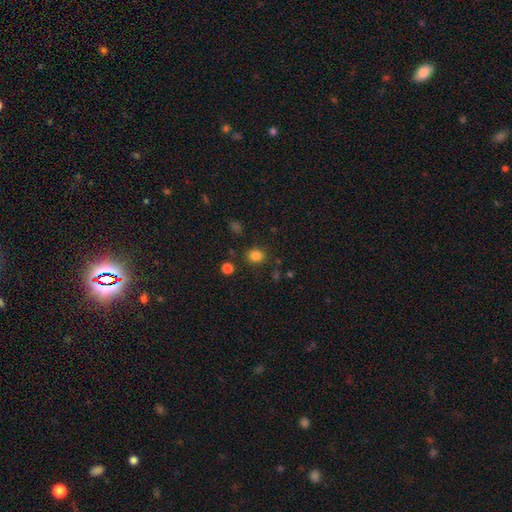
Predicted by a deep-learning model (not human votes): Q: Smooth or featured?
A: smooth (83%); runner-up: star or artifact (13%)
Q: How rounded?
A: round (80%); runner-up: in between (19%)
Q: Merging?
A: none (85%); runner-up: minor disturbance (9%)